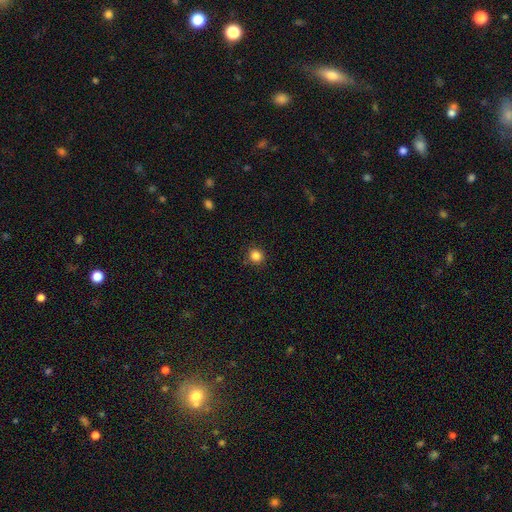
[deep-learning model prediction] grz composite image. It shows a smooth galaxy with no disk features (85%) that is round (94%). Merging: none (90%).